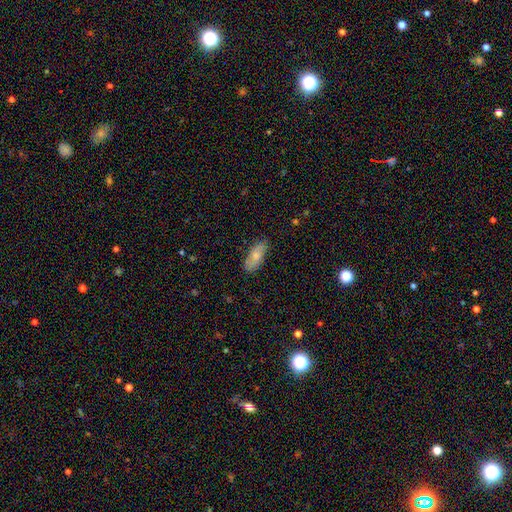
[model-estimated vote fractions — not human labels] smooth 74%, featured or disk 20%, star or artifact 6%. Down the decision tree: how rounded — in between (87%); merging — none (82%).